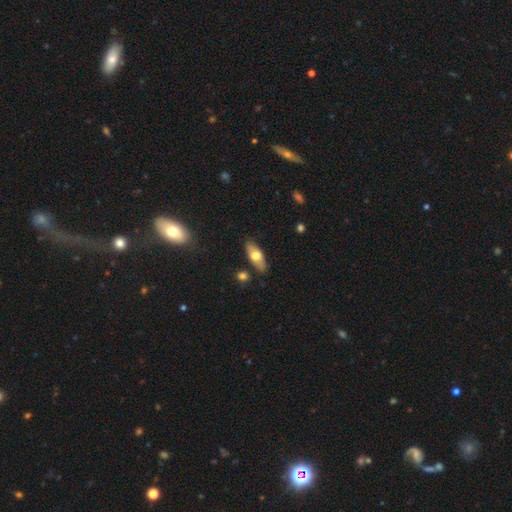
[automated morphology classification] Smooth or featured? smooth (64%)
How rounded? in between (77%)
Merging? none (83%)